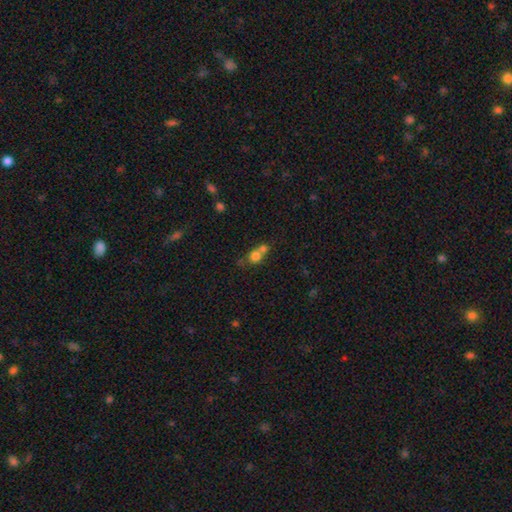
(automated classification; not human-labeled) Smooth or featured? smooth (74%)
How rounded? round (78%)
Merging? merger (60%)